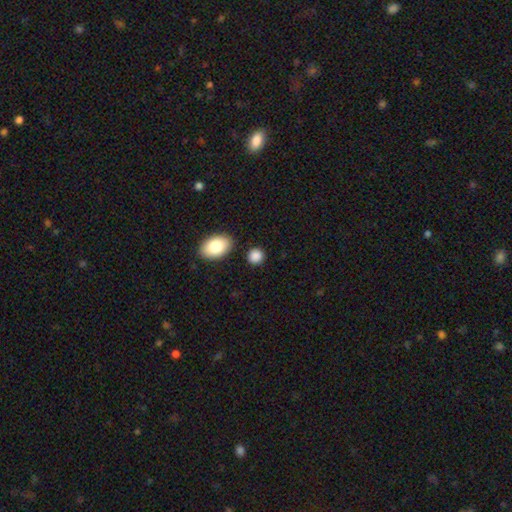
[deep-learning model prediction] Smooth or featured? smooth (86%)
How rounded? round (76%)
Merging? none (84%)